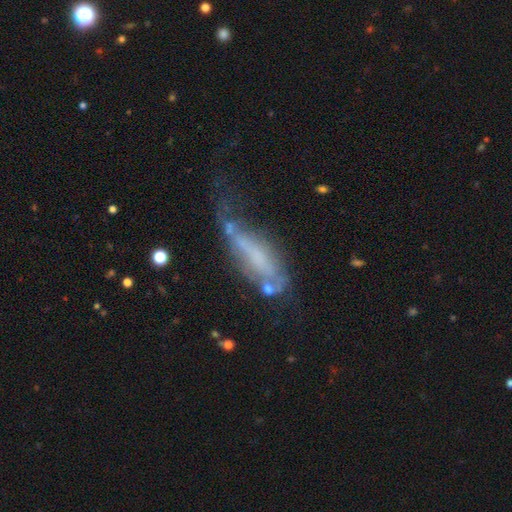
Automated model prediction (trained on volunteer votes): Morphology: type=featured or disk (51%); edge-on=no (71%); merging=major disturbance (39%).